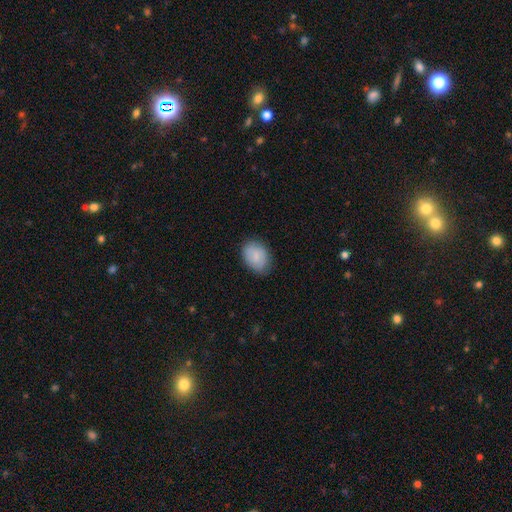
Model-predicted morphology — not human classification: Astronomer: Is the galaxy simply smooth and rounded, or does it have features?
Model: smooth — 84%.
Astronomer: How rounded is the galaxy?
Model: in between — 75%.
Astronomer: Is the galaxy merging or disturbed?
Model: none — 79%.